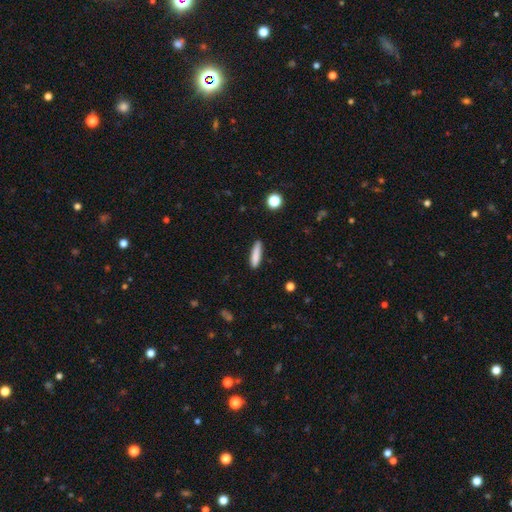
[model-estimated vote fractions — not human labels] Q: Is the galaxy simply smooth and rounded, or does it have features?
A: smooth — 83%.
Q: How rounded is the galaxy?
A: cigar-shaped — 79%.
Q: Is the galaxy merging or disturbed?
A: none — 84%.